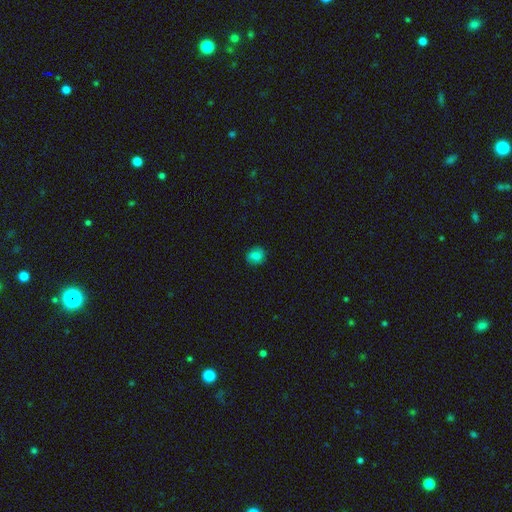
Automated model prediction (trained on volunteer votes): Morphology: type=smooth (80%); roundness=round (81%); merging=none (88%).